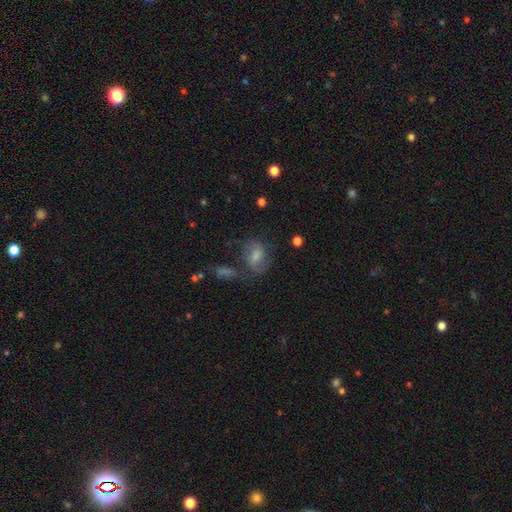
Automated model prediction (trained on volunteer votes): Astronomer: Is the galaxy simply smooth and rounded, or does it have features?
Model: smooth — 46% (runner-up: featured or disk, 35%).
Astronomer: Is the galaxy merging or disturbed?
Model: none — 60%.